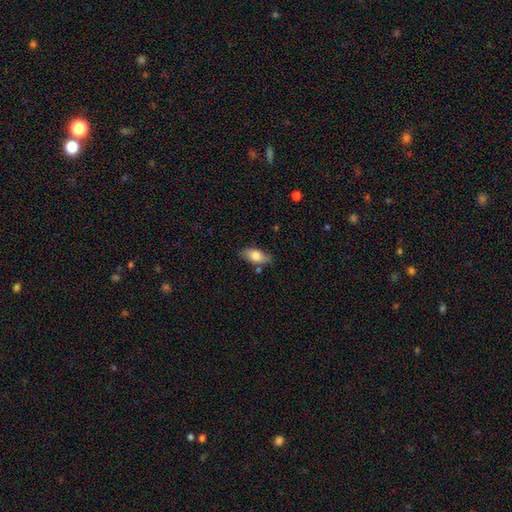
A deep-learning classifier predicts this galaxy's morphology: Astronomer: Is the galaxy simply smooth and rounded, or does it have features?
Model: smooth — 77%.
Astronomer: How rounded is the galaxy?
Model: in between — 87%.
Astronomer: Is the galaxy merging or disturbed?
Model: none — 73%.